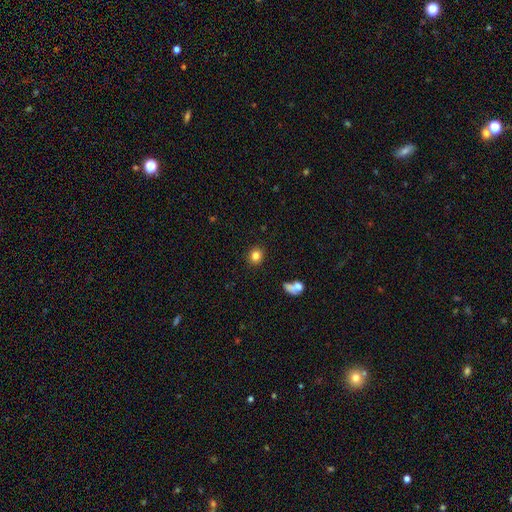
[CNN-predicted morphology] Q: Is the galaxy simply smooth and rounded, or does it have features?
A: smooth — 82%.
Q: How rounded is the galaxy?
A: round — 77%.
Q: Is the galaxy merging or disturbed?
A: none — 88%.